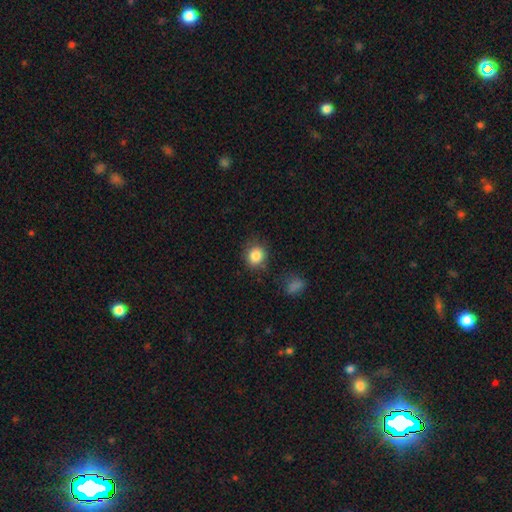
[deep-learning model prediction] smooth 85%, star or artifact 9%, featured or disk 5%. Down the decision tree: how rounded — round (80%); merging — none (78%).